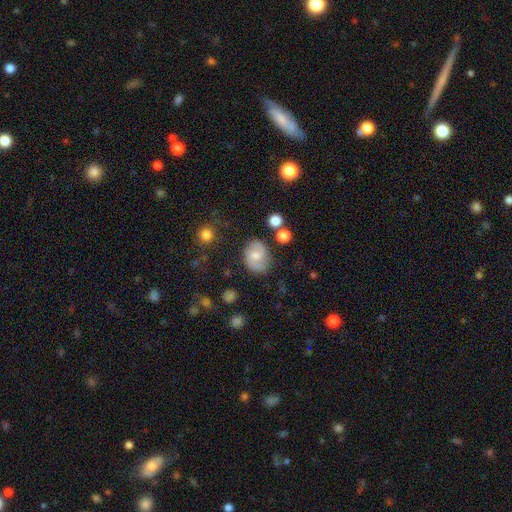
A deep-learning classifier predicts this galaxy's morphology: Smooth or featured?
  - smooth: 50% *
  - featured or disk: 41%
  - star or artifact: 9%
How rounded?
  - in between: 55% *
  - round: 43%
  - cigar-shaped: 1%
Merging?
  - none: 73% *
  - minor disturbance: 18%
  - major disturbance: 6%
  - merger: 4%